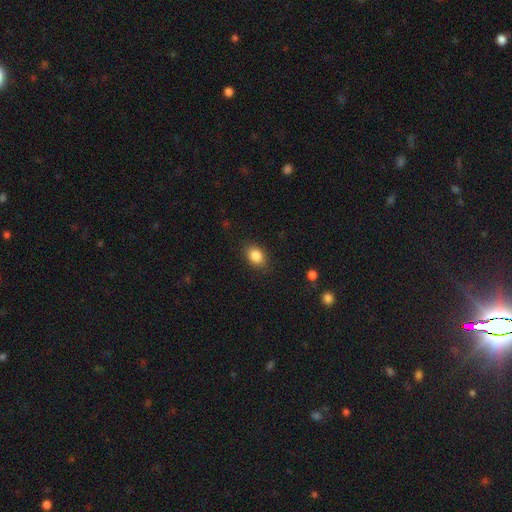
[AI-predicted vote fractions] Morphology: type=smooth (85%); roundness=in between (71%); merging=none (85%).